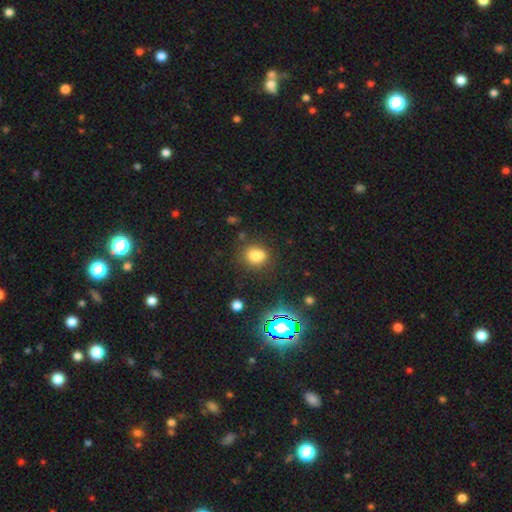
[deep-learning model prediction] This is likely a smooth galaxy (73%). How rounded: possibly round (60%). Merging: likely none (63%).